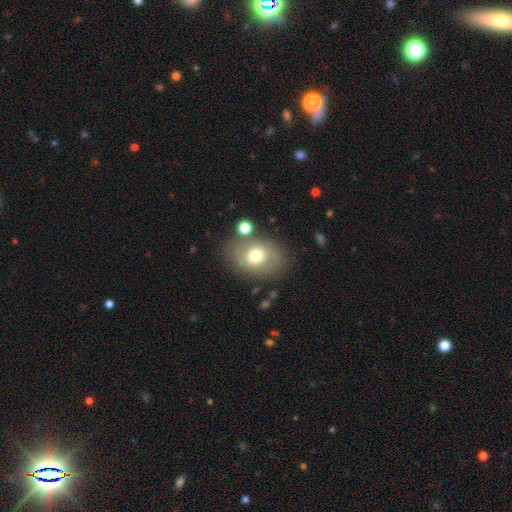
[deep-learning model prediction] A smooth galaxy with no disk features (63%) that is in between round and cigar-shaped (68%). Merging: none (71%).